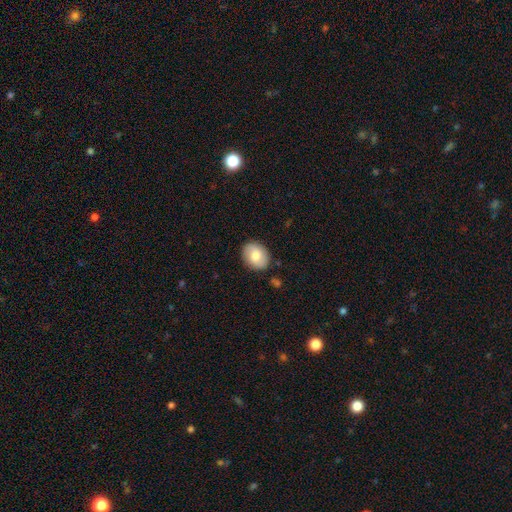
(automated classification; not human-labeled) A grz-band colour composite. It shows a smooth galaxy with no disk features (72%) that is in between round and cigar-shaped (55%). Merging: none (84%).